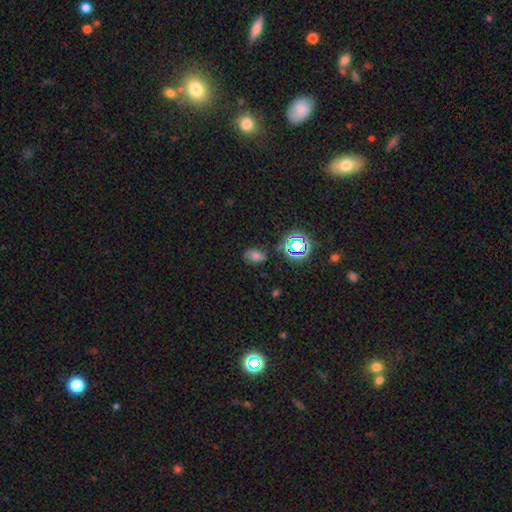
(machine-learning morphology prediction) This appears to be a smooth galaxy with no disk features (65%) that is in between round and cigar-shaped (80%). Merging: none (74%).